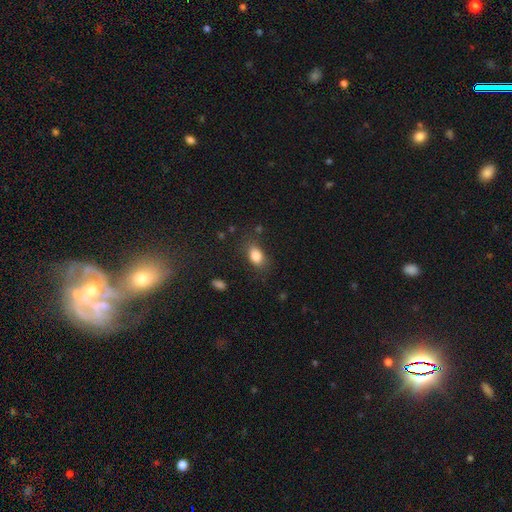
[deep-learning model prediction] A smooth galaxy with no disk features (85%) that is in between round and cigar-shaped (84%). Merging: none (76%).